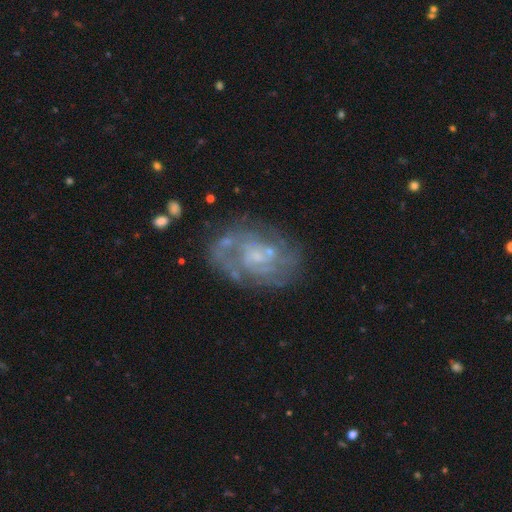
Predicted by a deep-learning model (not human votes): A featured or disk galaxy (79%) with no bar (64%), tight (44%) spiral arms (79%) and a small central bulge (60%). Merging: none (65%).